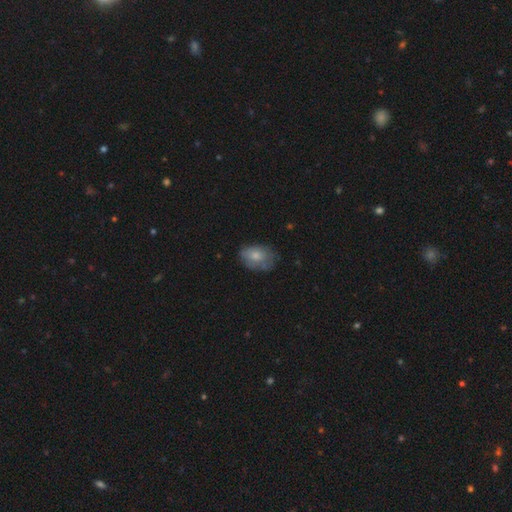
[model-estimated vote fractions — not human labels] The model was most divided on "merging": none: 57%, minor disturbance: 31%, major disturbance: 10%, merger: 2%. More confident: how rounded — in between (81%); smooth or featured — smooth (70%).